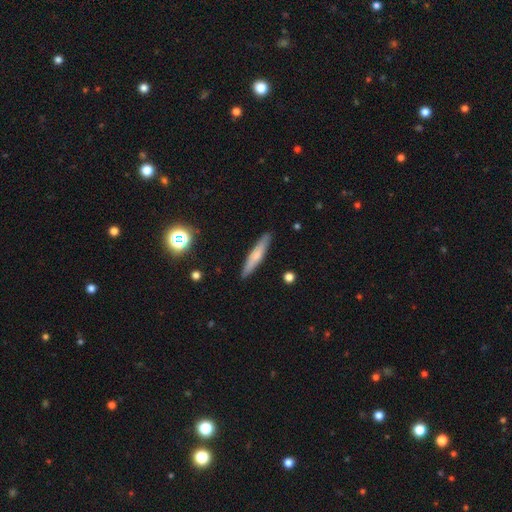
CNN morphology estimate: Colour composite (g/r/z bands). It shows a smooth galaxy with no disk features (58%) that is cigar-shaped (91%). Merging: none (90%).